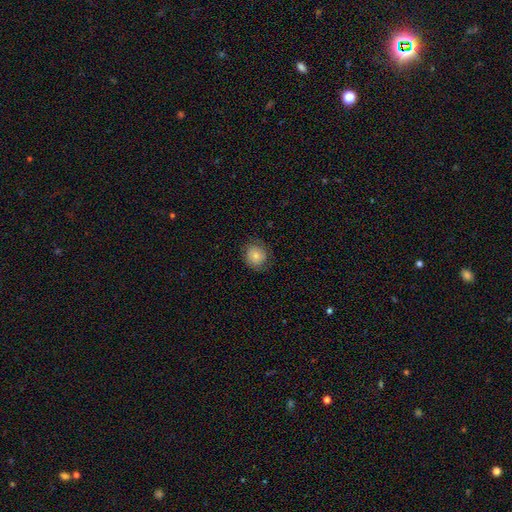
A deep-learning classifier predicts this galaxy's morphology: Smooth or featured: smooth — 76% (featured or disk — 15%)
How rounded: round — 84% (in between — 15%)
Merging: none — 77% (minor disturbance — 16%)